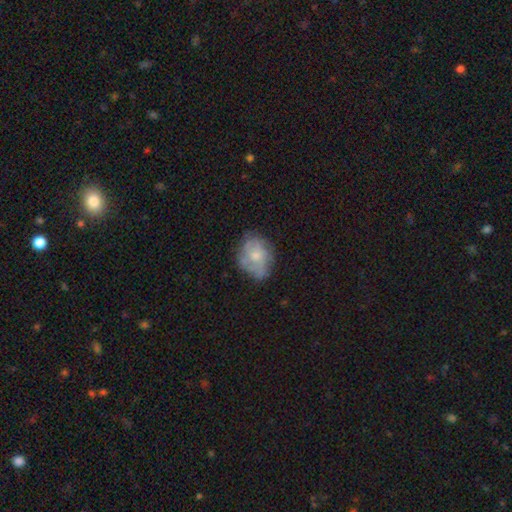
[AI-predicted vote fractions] The model was most divided on "smooth or featured": featured or disk: 49%, smooth: 44%, star or artifact: 7%. More confident: merging — none (62%).